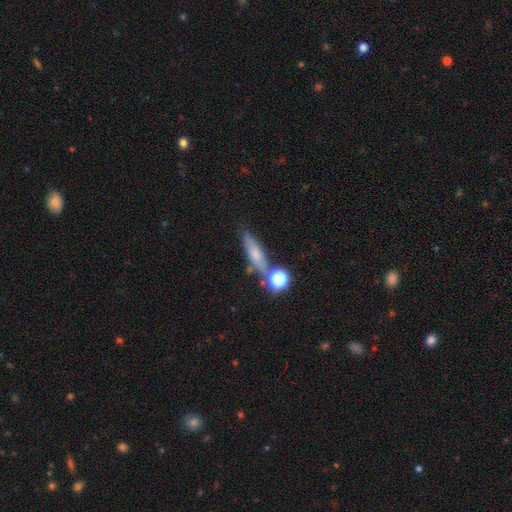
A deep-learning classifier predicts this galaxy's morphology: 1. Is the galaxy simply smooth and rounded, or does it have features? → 60% smooth, 27% featured or disk, 13% star or artifact.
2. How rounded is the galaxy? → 61% cigar-shaped, 31% in between, 8% round.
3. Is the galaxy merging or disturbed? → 65% none, 16% minor disturbance, 12% merger, 6% major disturbance.